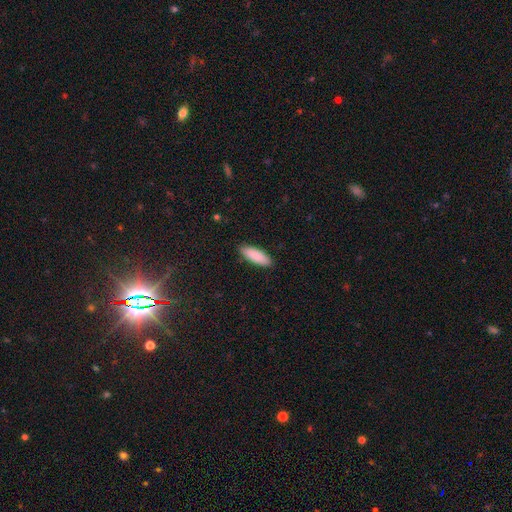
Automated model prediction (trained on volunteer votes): The model was most divided on "how rounded": in between: 58%, cigar-shaped: 40%, round: 1%. More confident: merging — none (90%); smooth or featured — smooth (89%).